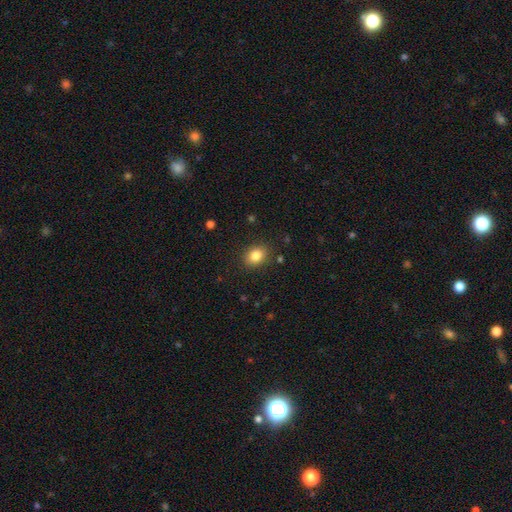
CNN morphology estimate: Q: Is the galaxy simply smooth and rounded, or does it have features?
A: smooth — 84%.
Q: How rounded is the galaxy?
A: in between — 57%.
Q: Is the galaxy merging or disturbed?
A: none — 88%.